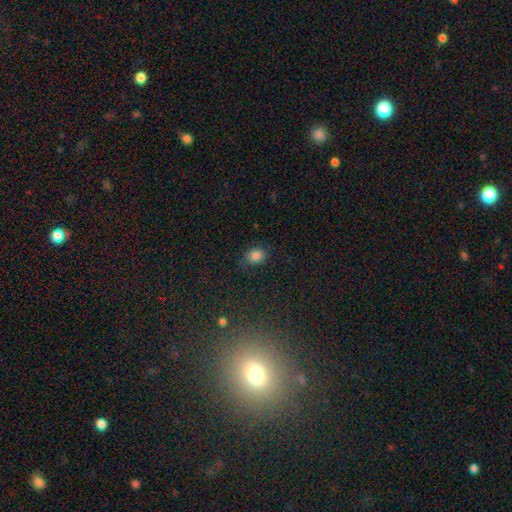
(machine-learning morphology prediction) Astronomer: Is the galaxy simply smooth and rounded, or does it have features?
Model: smooth — 82%.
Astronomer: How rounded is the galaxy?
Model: round — 51% (runner-up: in between, 48%).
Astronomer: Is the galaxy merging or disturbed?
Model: none — 72%.